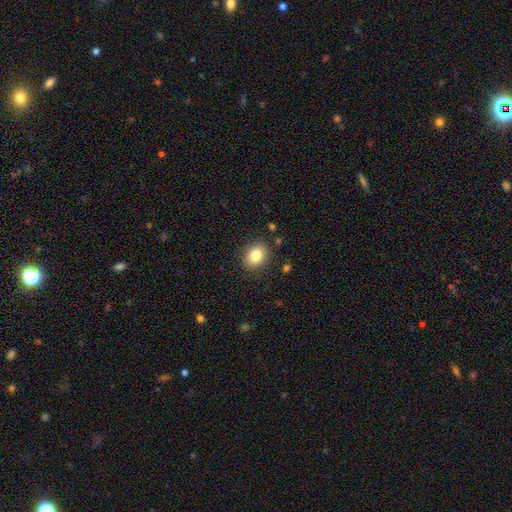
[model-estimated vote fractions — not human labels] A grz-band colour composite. It shows a smooth galaxy with no disk features (83%) that is in between round and cigar-shaped (55%). Merging: none (87%).